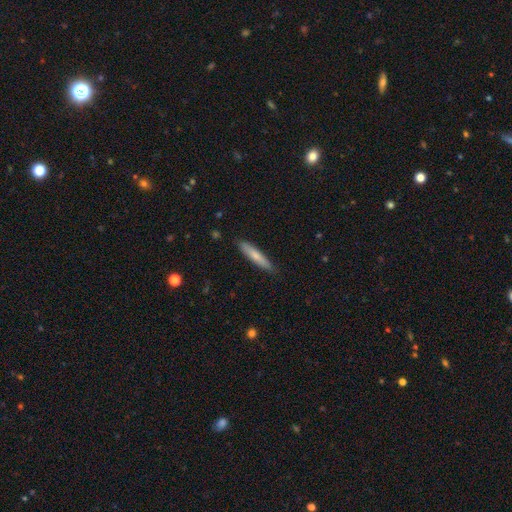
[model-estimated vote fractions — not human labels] The model was most divided on "smooth or featured": smooth: 70%, featured or disk: 24%, star or artifact: 6%. More confident: how rounded — cigar-shaped (88%); merging — none (87%).